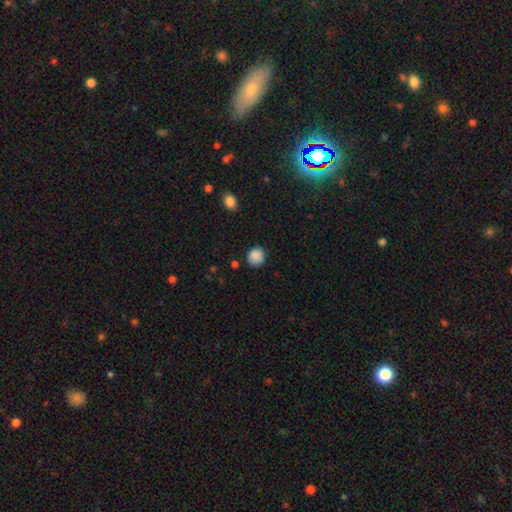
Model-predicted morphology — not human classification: The model was most divided on "merging": none: 83%, minor disturbance: 12%, major disturbance: 3%, merger: 2%. More confident: smooth or featured — smooth (88%); how rounded — round (88%).